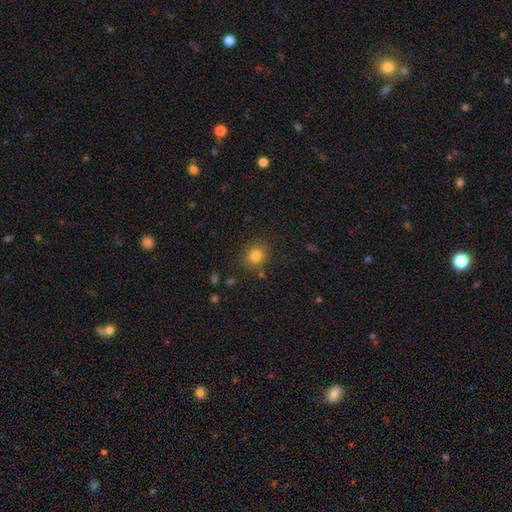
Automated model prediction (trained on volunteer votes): A smooth galaxy with no disk features (80%) that is round (84%). Merging: none (83%).